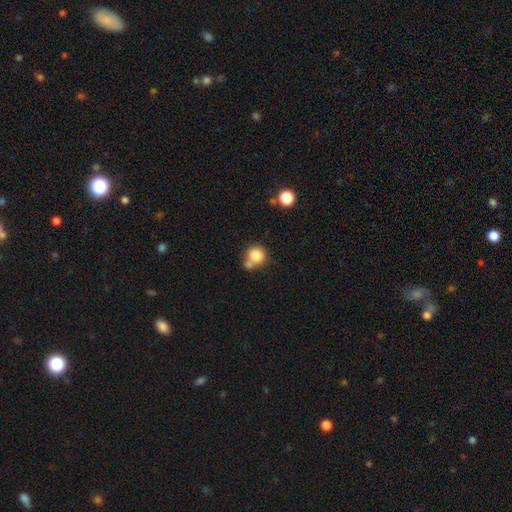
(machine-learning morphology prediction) smooth_or_featured: smooth (p=0.82) [alt: star or artifact p=0.10]
how_rounded: round (p=0.89) [alt: in between p=0.10]
merging: none (p=0.51) [alt: merger p=0.33]